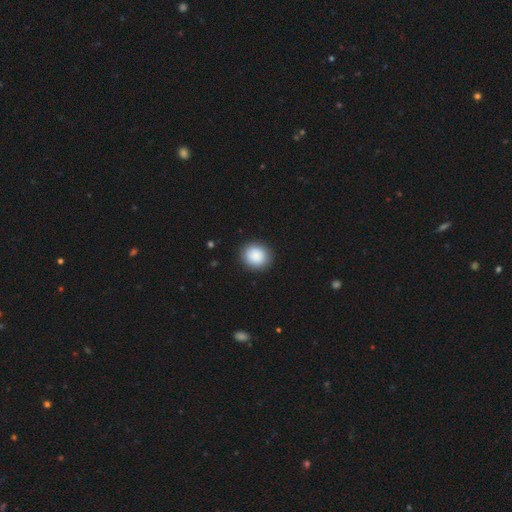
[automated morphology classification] smooth-or-featured: smooth: 89% | star or artifact: 8% | featured or disk: 4%
  how-rounded: round: 81% | in between: 18% | cigar-shaped: 1%
  merging: none: 90% | minor disturbance: 7% | major disturbance: 2% | merger: 1%